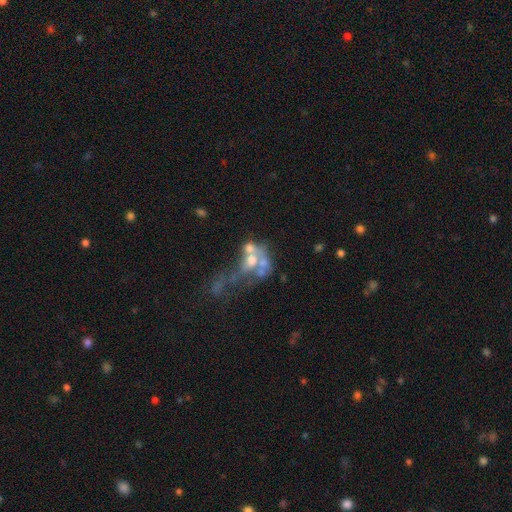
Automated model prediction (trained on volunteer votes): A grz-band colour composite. It shows a featured or disk galaxy (56%) with no bar (89%), no spiral arms (90%) and a moderate central bulge (35%, tied with none). Merging: merger (46%).